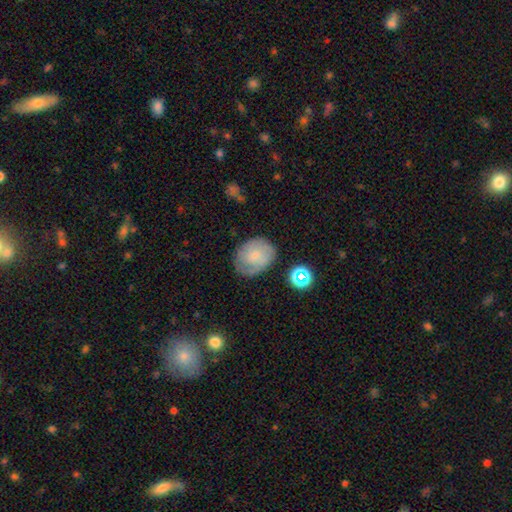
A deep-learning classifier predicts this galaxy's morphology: Smooth or featured?
  - smooth: 64% *
  - featured or disk: 27%
  - star or artifact: 9%
How rounded?
  - in between: 50% *
  - round: 49%
  - cigar-shaped: 1%
Merging?
  - none: 65% *
  - minor disturbance: 25%
  - major disturbance: 8%
  - merger: 3%